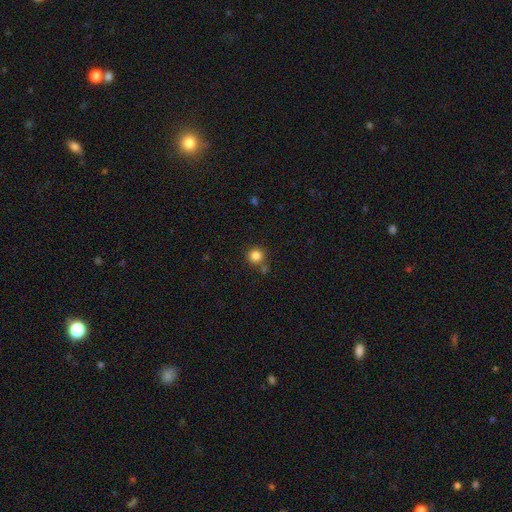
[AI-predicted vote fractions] smooth 83%, star or artifact 12%, featured or disk 5%. Down the decision tree: how rounded — round (94%); merging — none (76%).